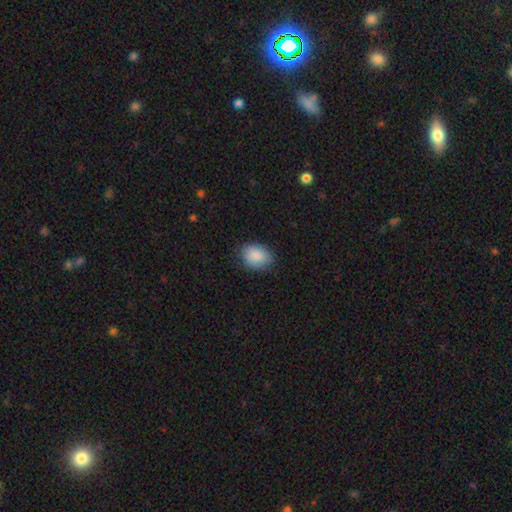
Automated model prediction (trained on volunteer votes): This is clearly a smooth galaxy (87%). How rounded: likely in between (71%). Merging: likely none (78%).